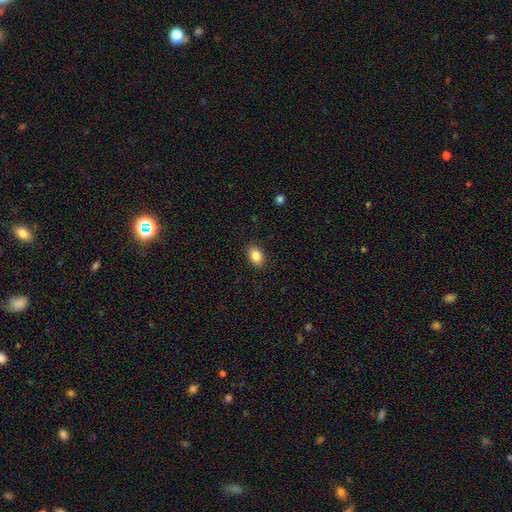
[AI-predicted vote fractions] smooth 85%, star or artifact 9%, featured or disk 6%. Down the decision tree: how rounded — in between (79%); merging — none (88%).